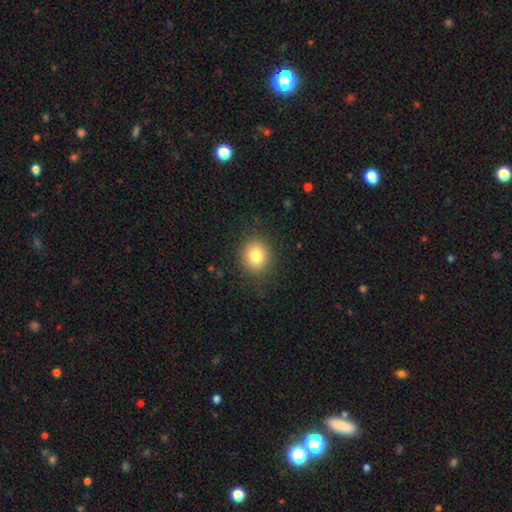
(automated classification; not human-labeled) Smooth or featured: smooth — 81% (star or artifact — 11%)
How rounded: round — 78% (in between — 21%)
Merging: none — 87% (minor disturbance — 8%)